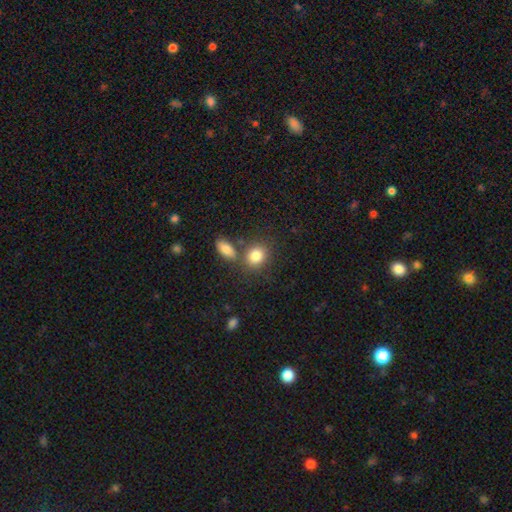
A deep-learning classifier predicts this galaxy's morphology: type=smooth (84%); roundness=round (51%); merging=none (61%).